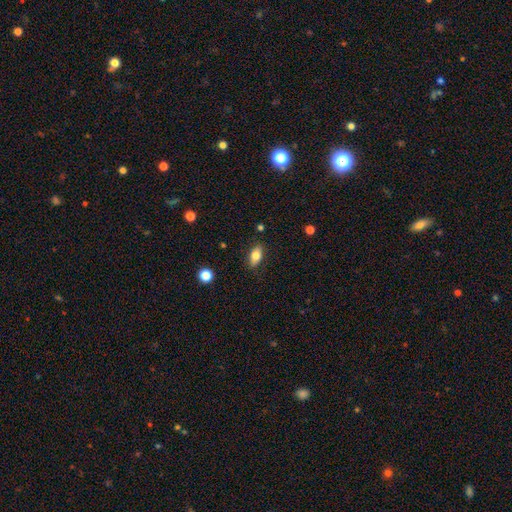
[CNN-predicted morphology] Overall: smooth (77%). How rounded: in between (87%). Merging: none (85%).